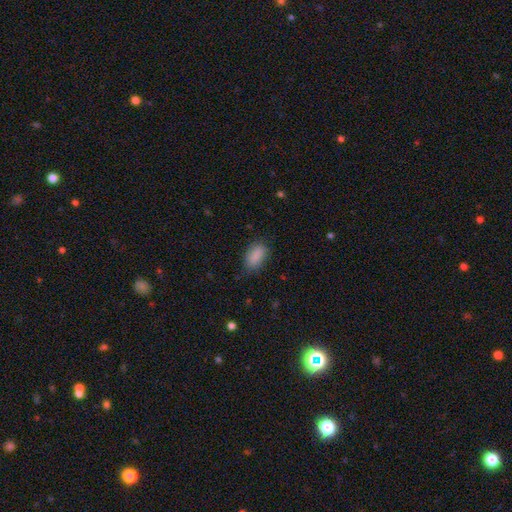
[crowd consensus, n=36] This is clearly a smooth galaxy (89%). How rounded: clearly in between (94%). Merging: likely none (77%).